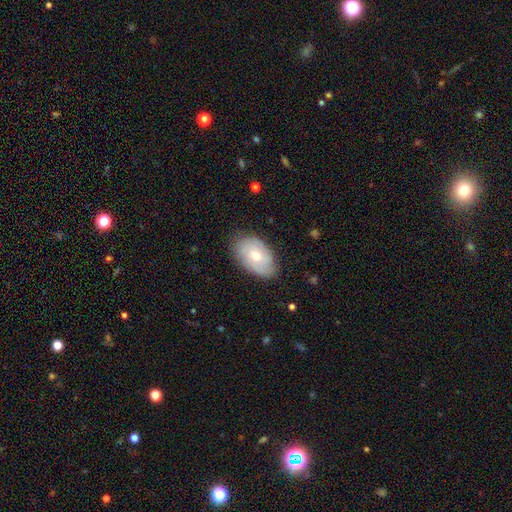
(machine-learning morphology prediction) smooth 53%, featured or disk 40%, star or artifact 7%. Down the decision tree: how rounded — in between (90%); merging — none (79%).